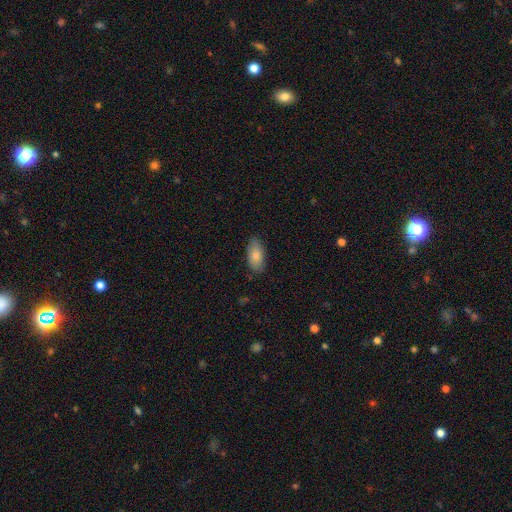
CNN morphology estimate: Smooth or featured?
  - smooth: 82% *
  - featured or disk: 12%
  - star or artifact: 6%
How rounded?
  - in between: 92% *
  - cigar-shaped: 6%
  - round: 3%
Merging?
  - none: 83% *
  - minor disturbance: 13%
  - major disturbance: 3%
  - merger: 1%